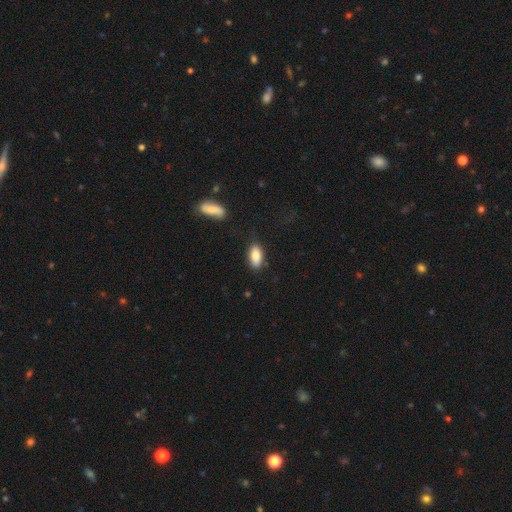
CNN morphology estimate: The model was most divided on "merging": none: 82%, minor disturbance: 13%, major disturbance: 3%, merger: 2%. More confident: how rounded — in between (89%); smooth or featured — smooth (83%).